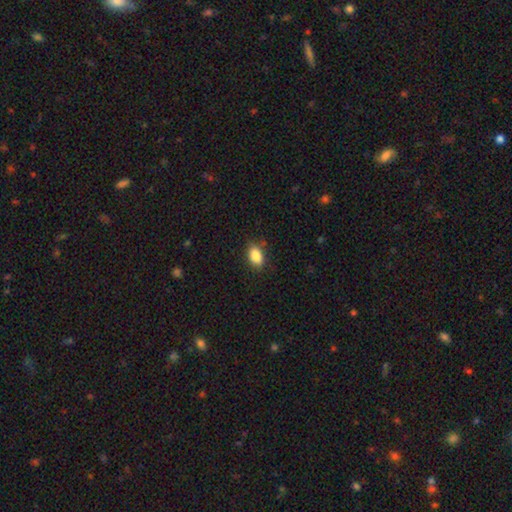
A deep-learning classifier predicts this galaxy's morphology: Overall: smooth (87%). How rounded: in between (89%). Merging: none (84%).